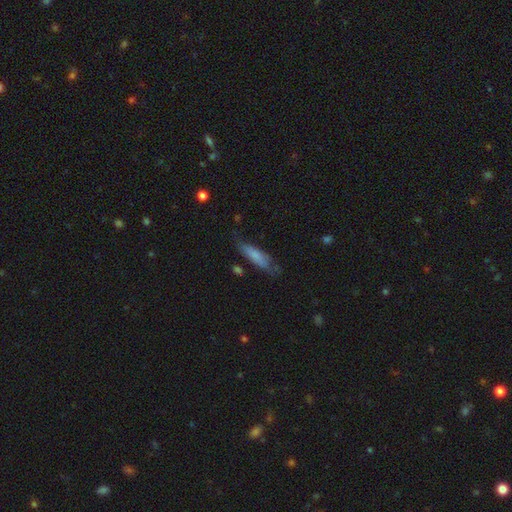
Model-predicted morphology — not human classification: A smooth galaxy with no disk features (70%) that is cigar-shaped (67%). Merging: none (62%).